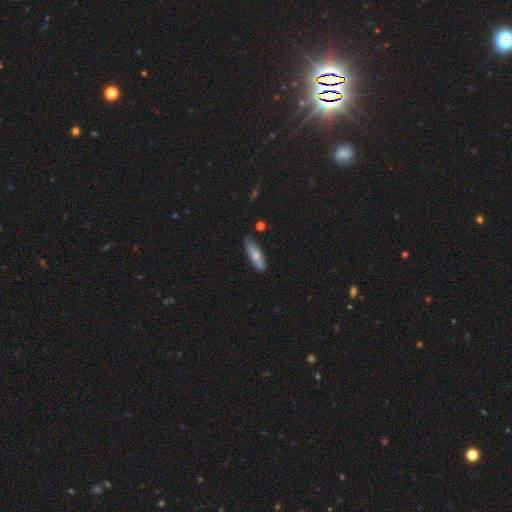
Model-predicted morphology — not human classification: Smooth or featured?
  - smooth: 67% *
  - featured or disk: 27%
  - star or artifact: 6%
How rounded?
  - in between: 52% *
  - cigar-shaped: 46%
  - round: 2%
Merging?
  - none: 76% *
  - minor disturbance: 19%
  - major disturbance: 3%
  - merger: 2%